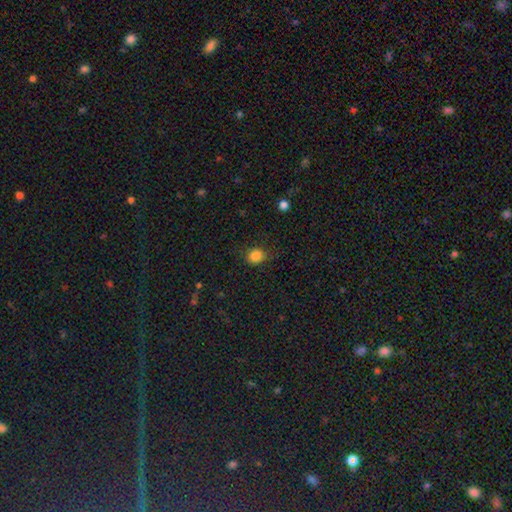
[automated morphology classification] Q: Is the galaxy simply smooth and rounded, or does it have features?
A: smooth — 84%.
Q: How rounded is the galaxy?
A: round — 73%.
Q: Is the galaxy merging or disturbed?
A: none — 84%.